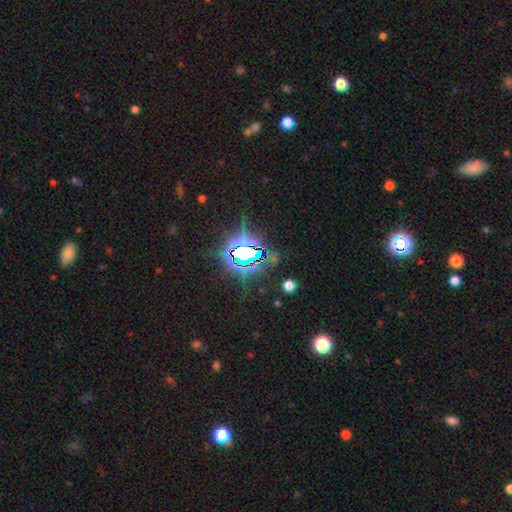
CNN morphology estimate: A star or artifact, not a galaxy (81%).

Vote fractions:
- Smooth or featured? star or artifact: 81% / smooth: 10% / featured or disk: 9%